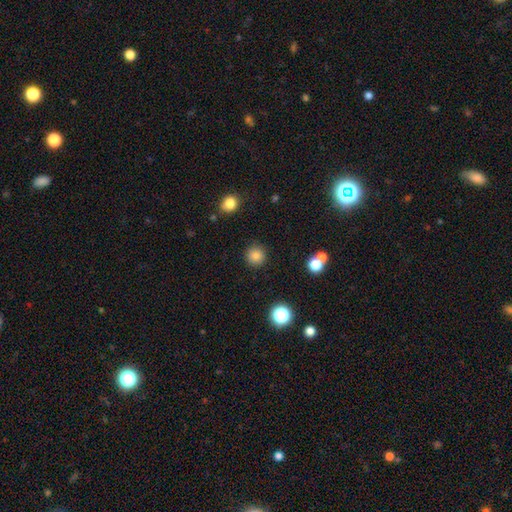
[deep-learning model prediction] Smooth or featured?
  - smooth: 83% *
  - star or artifact: 12%
  - featured or disk: 5%
How rounded?
  - round: 95% *
  - in between: 4%
  - cigar-shaped: 1%
Merging?
  - none: 89% *
  - minor disturbance: 6%
  - major disturbance: 2%
  - merger: 2%